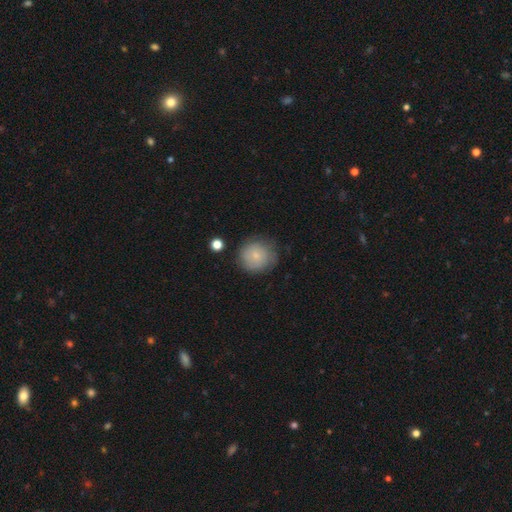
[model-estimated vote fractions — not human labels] Q: Smooth or featured?
A: smooth (77%); runner-up: featured or disk (15%)
Q: How rounded?
A: round (87%); runner-up: in between (12%)
Q: Merging?
A: none (73%); runner-up: minor disturbance (19%)